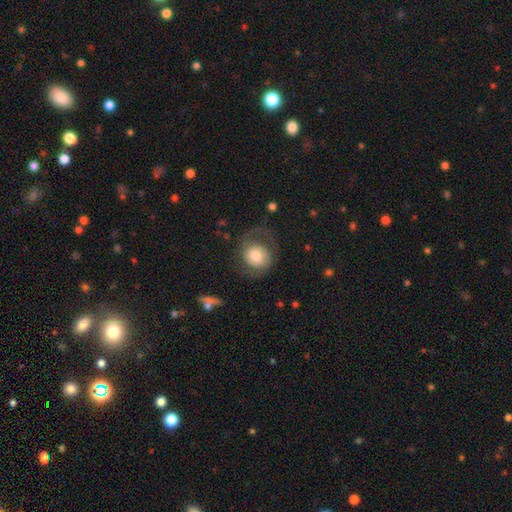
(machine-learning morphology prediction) This appears to be a featured or disk galaxy (54%) with no bar (72%), spiral arms (85%) and a moderate central bulge (51%). Merging: none (58%).